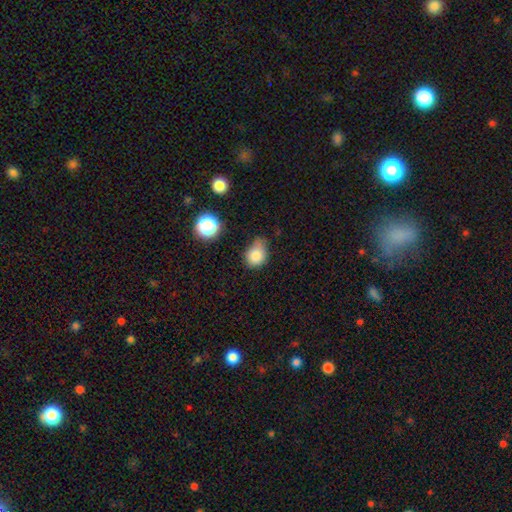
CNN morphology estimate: A smooth galaxy with no disk features (81%) that is round (53%). Merging: none (46%).